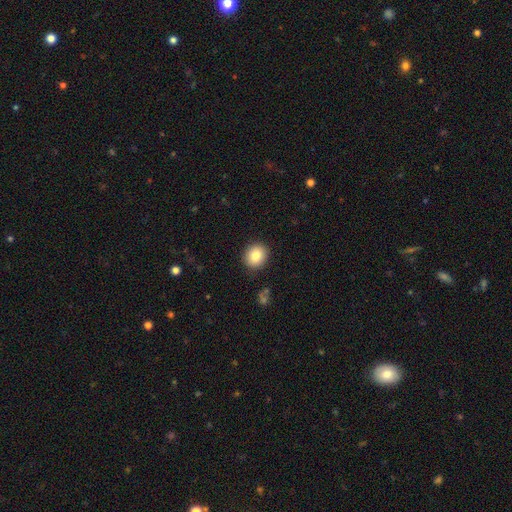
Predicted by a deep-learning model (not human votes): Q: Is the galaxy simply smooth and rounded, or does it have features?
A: smooth — 83%.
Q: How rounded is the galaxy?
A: round — 78%.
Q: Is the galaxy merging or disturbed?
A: none — 90%.